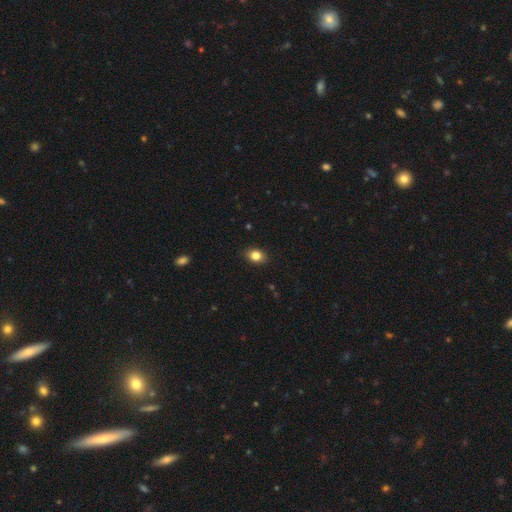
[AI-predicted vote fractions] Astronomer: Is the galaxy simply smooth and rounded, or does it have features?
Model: smooth — 84%.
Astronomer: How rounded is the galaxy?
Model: in between — 65%.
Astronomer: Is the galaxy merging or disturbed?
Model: none — 88%.